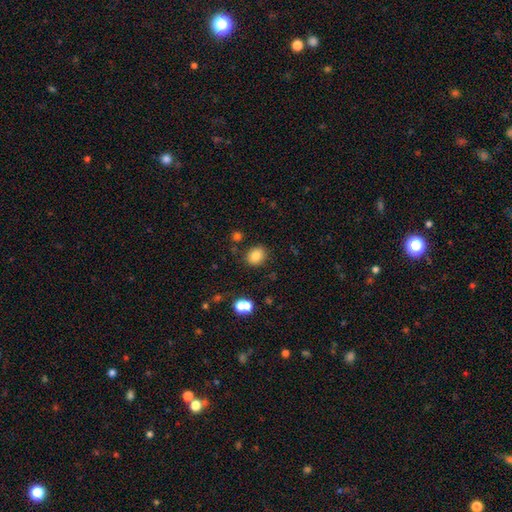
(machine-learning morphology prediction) This is clearly a smooth galaxy (82%). How rounded: likely round (63%). Merging: clearly none (85%).